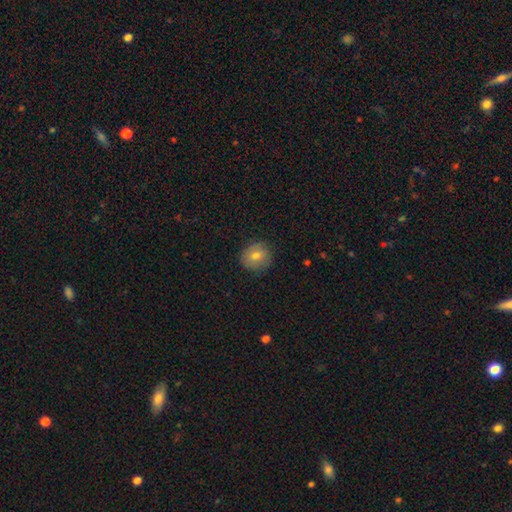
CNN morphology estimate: smooth 72%, featured or disk 18%, star or artifact 10%. Down the decision tree: how rounded — round (84%); merging — none (86%).